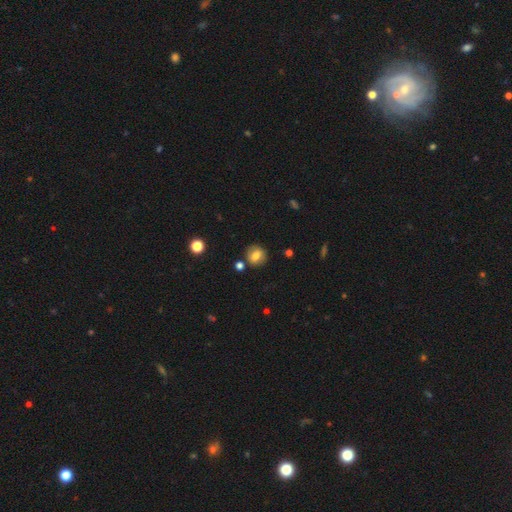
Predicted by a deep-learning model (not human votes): smooth-or-featured: smooth: 75% | featured or disk: 15% | star or artifact: 10%
  how-rounded: round: 75% | in between: 24% | cigar-shaped: 1%
  merging: none: 82% | minor disturbance: 10% | merger: 5% | major disturbance: 3%